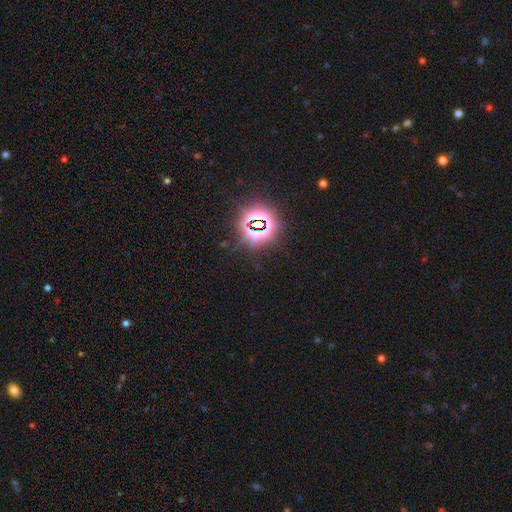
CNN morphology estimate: smooth-or-featured: star or artifact: 83% | smooth: 10% | featured or disk: 7%